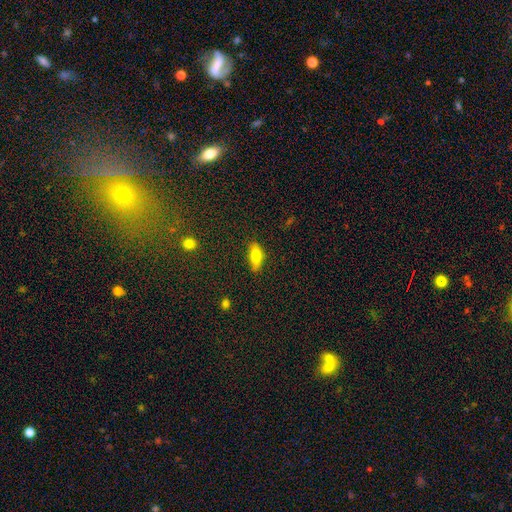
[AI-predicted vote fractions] Smooth or featured? smooth (77%)
How rounded? in between (77%)
Merging? none (78%)